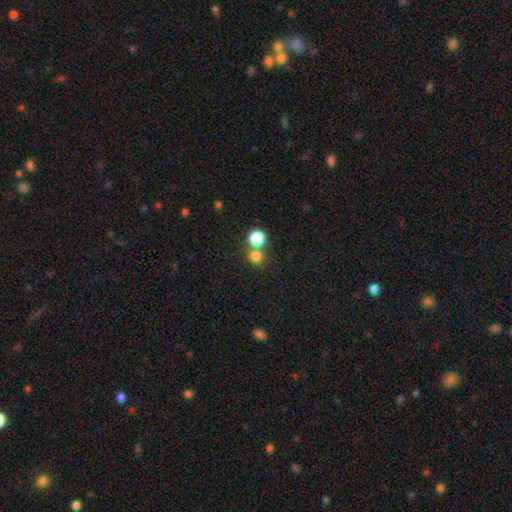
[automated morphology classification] Smooth or featured? smooth (77%)
How rounded? round (88%)
Merging? none (58%)